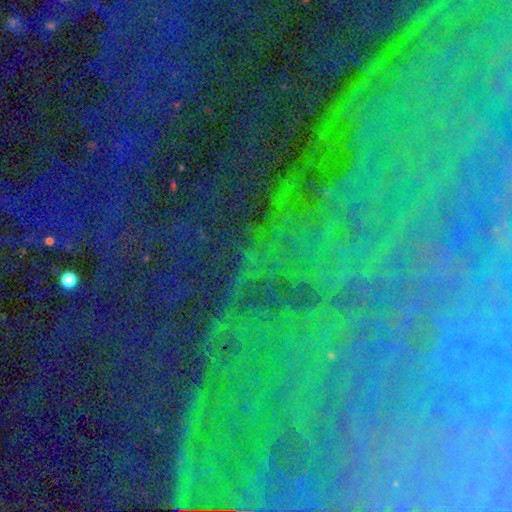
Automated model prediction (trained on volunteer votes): Q: Smooth or featured?
A: star or artifact (81%); runner-up: featured or disk (11%)